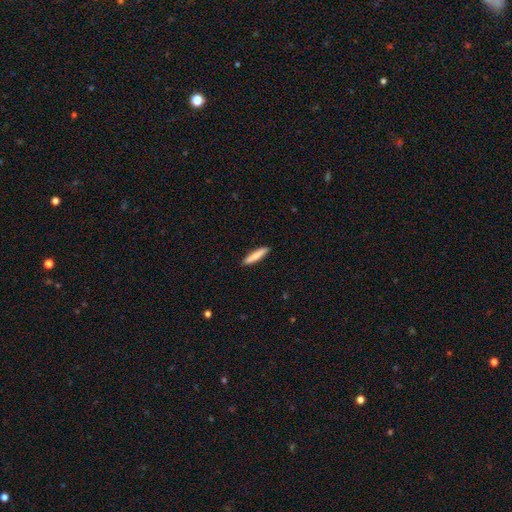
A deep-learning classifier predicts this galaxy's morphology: Smooth or featured? smooth (83%)
How rounded? cigar-shaped (89%)
Merging? none (91%)